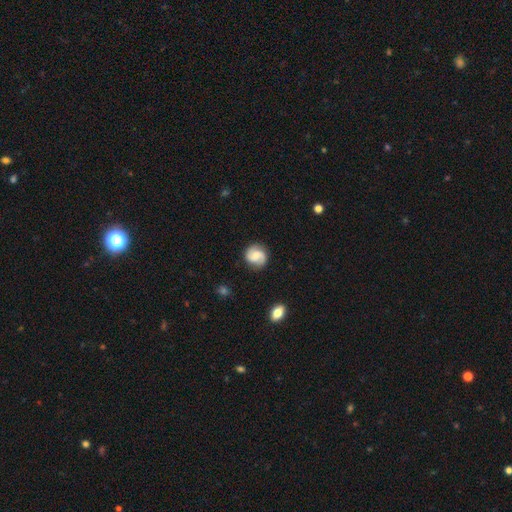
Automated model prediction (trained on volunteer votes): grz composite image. It shows a featured or disk galaxy (58%) with no bar (47%), 2 (88%) medium (45%) spiral arms (94%) and a moderate central bulge (37%). Merging: none (83%).